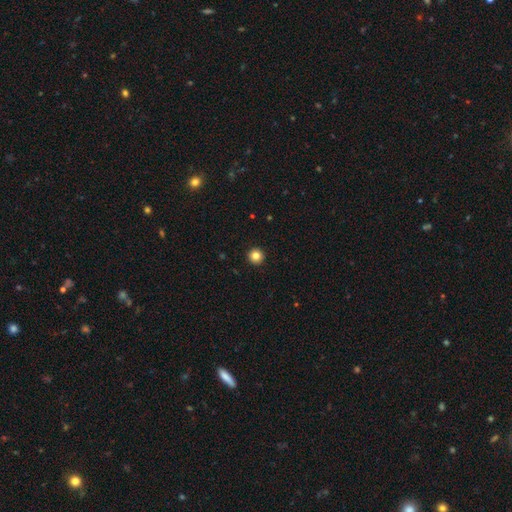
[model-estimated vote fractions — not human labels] Smooth or featured?
  - smooth: 84% *
  - star or artifact: 11%
  - featured or disk: 5%
How rounded?
  - round: 97% *
  - in between: 3%
  - cigar-shaped: 1%
Merging?
  - none: 94% *
  - minor disturbance: 4%
  - major disturbance: 1%
  - merger: 1%